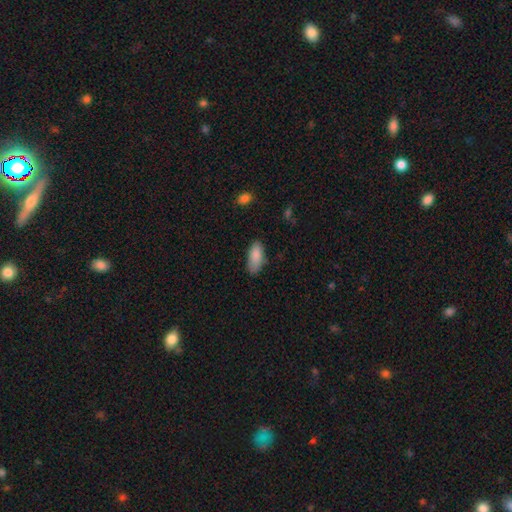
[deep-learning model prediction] Morphology: type=smooth (86%); roundness=in between (85%); merging=none (72%).